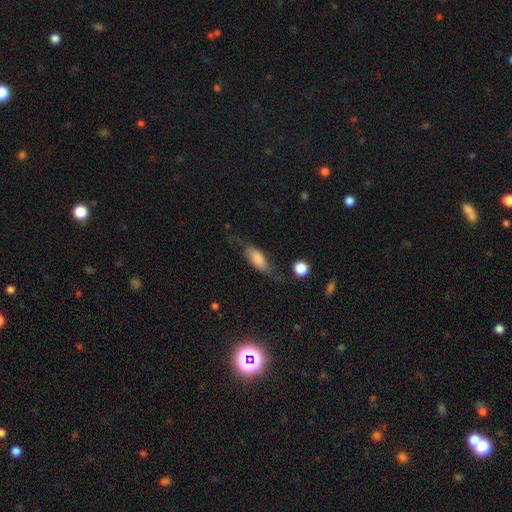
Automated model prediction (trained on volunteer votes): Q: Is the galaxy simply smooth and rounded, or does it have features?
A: smooth — 43%.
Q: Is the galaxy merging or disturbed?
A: none — 65%.